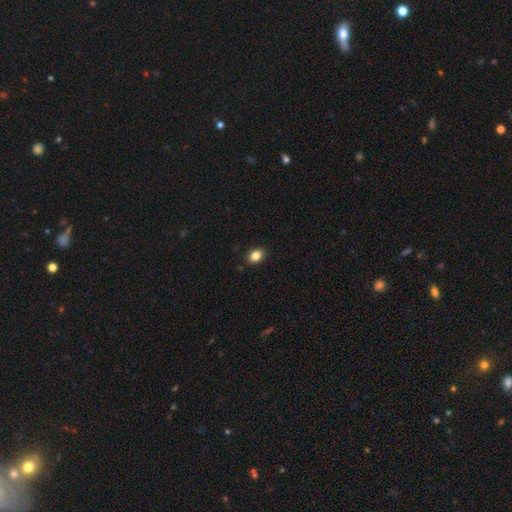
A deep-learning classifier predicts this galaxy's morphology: This appears to be a smooth galaxy with no disk features (84%) that is in between round and cigar-shaped (60%). Merging: none (89%).